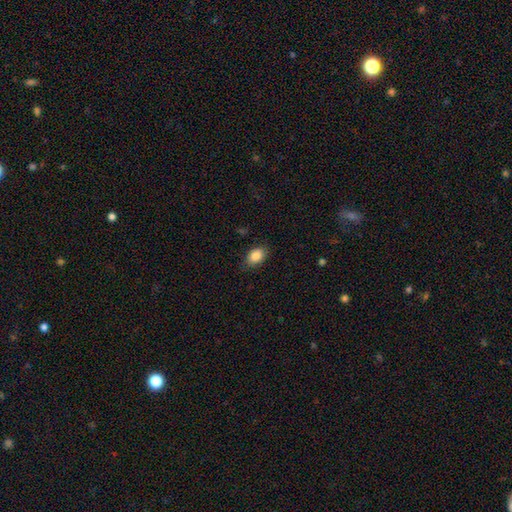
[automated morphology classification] Overall: smooth (88%). How rounded: in between (84%). Merging: none (82%).